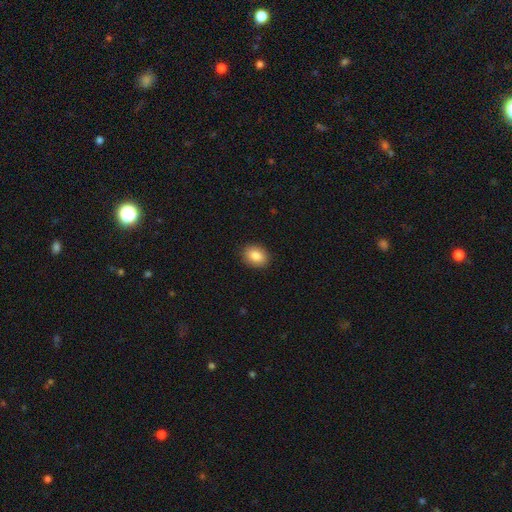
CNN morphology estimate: The model was most divided on "how rounded": in between: 67%, round: 32%, cigar-shaped: 1%. More confident: merging — none (90%); smooth or featured — smooth (86%).